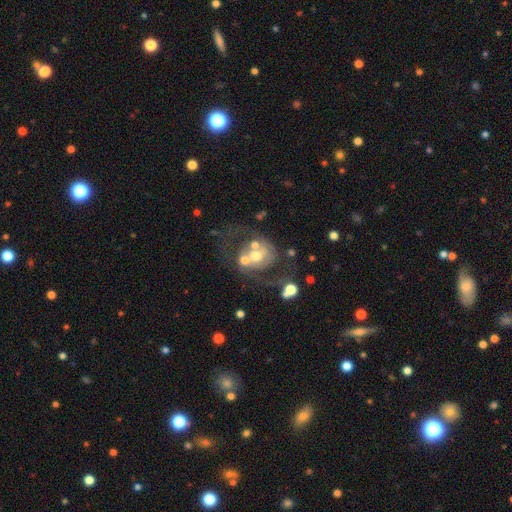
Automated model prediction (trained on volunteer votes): Q: Smooth or featured?
A: featured or disk (67%); runner-up: smooth (23%)
Q: Edge-on disk?
A: no (97%); runner-up: yes (3%)
Q: Bar?
A: no (70%); runner-up: weak (23%)
Q: Spiral arms?
A: yes (62%); runner-up: no (38%)
Q: Bulge size?
A: moderate (62%); runner-up: small (22%)
Q: Merging?
A: none (33%); runner-up: merger (28%)